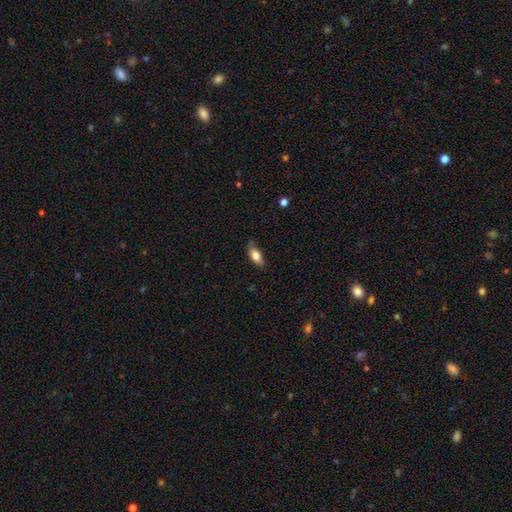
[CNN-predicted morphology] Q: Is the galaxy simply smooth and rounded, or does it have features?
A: smooth — 80%.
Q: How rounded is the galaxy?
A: in between — 85%.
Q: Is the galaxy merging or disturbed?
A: none — 75%.